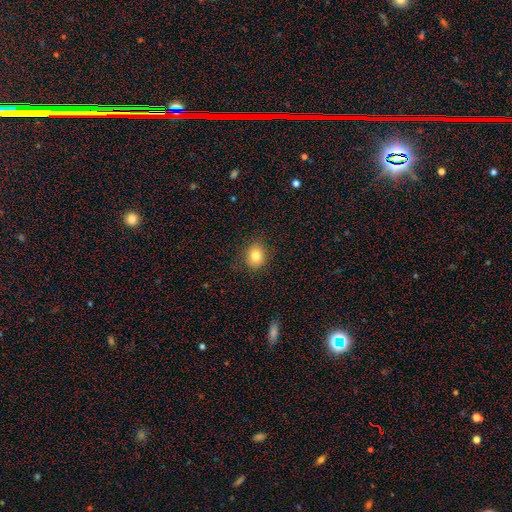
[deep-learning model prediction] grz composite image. It shows a smooth galaxy with no disk features (81%) that is round (64%). Merging: none (87%).